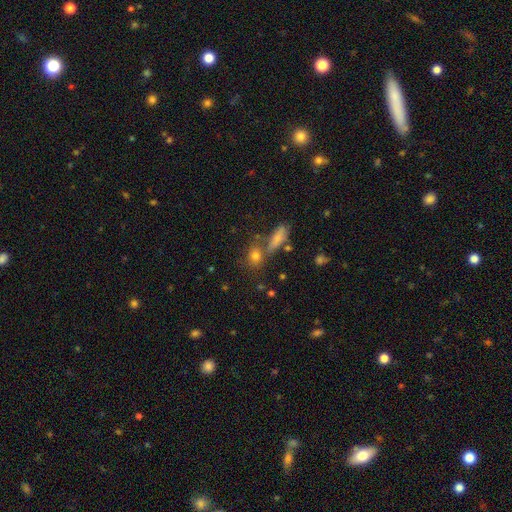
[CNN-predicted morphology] Smooth or featured? Predicted: smooth (p=0.72). How rounded? Predicted: round (p=0.50). Merging? Predicted: none (p=0.61).